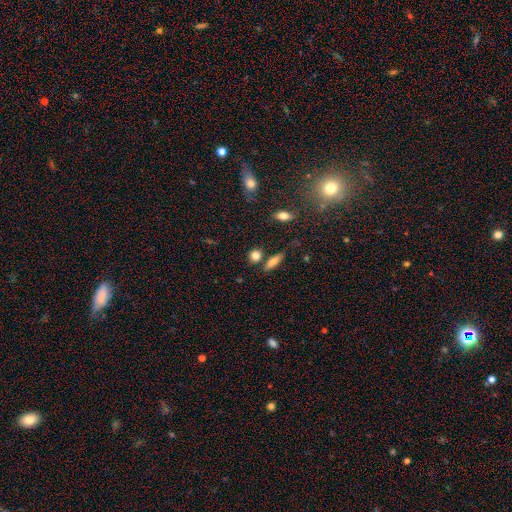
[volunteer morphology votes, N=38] This is likely a smooth galaxy (76%). How rounded: clearly round (86%). Merging: likely none (77%).